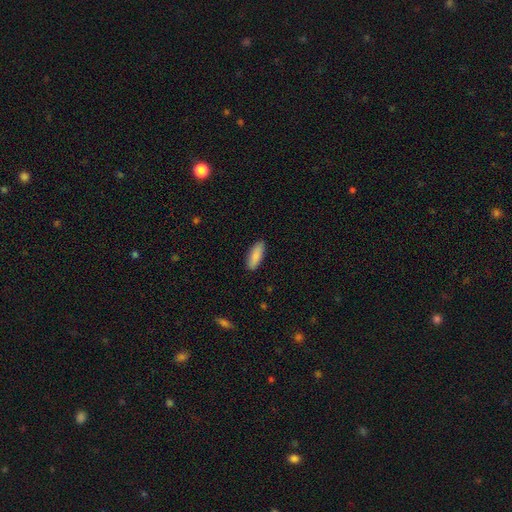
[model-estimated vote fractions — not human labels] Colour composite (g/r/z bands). It shows a smooth galaxy with no disk features (88%) that is in between round and cigar-shaped (59%). Merging: none (89%).